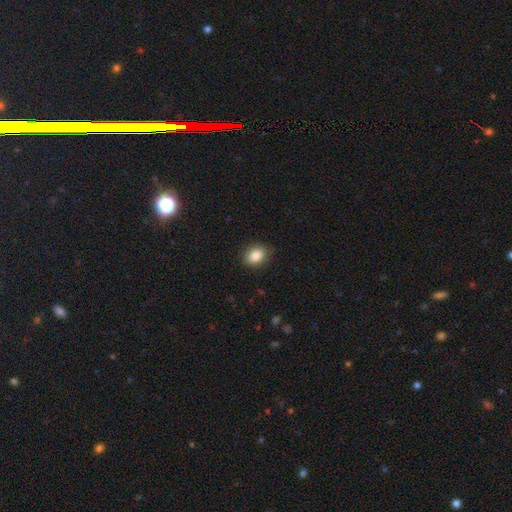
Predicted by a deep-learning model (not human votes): This appears to be a smooth galaxy with no disk features (85%) that is in between round and cigar-shaped (57%). Merging: none (86%).